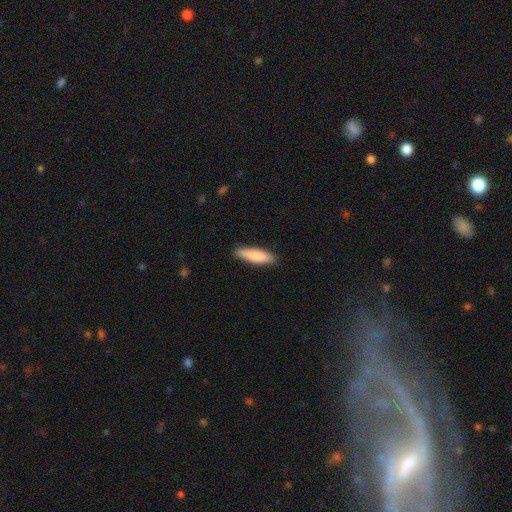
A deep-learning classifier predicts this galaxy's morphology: Smooth or featured?
  - smooth: 83% *
  - featured or disk: 12%
  - star or artifact: 5%
How rounded?
  - cigar-shaped: 64% *
  - in between: 35%
  - round: 2%
Merging?
  - none: 87% *
  - minor disturbance: 10%
  - major disturbance: 2%
  - merger: 1%